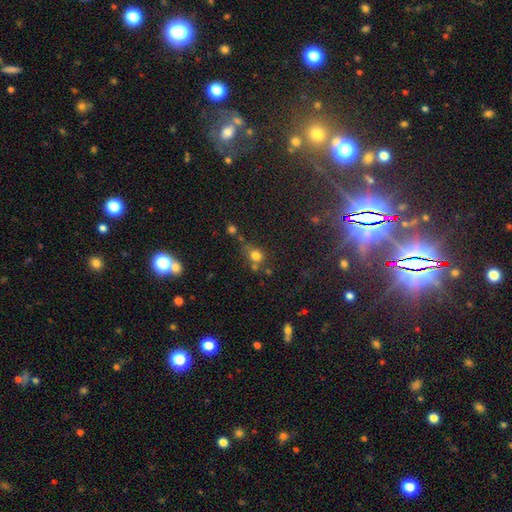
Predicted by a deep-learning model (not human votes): The model was most divided on "merging": none: 53%, merger: 23%, minor disturbance: 16%, major disturbance: 7%. More confident: how rounded — round (77%); smooth or featured — smooth (73%).